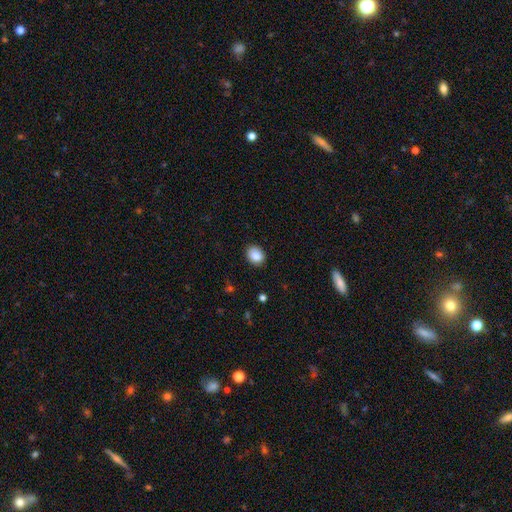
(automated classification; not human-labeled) A smooth galaxy with no disk features (87%) that is in between round and cigar-shaped (56%).

Vote fractions:
- Smooth or featured? smooth: 87% / star or artifact: 8% / featured or disk: 5%
- How rounded? in between: 56% / round: 43% / cigar-shaped: 1%
- Merging? none: 89% / minor disturbance: 8% / major disturbance: 2% / merger: 1%